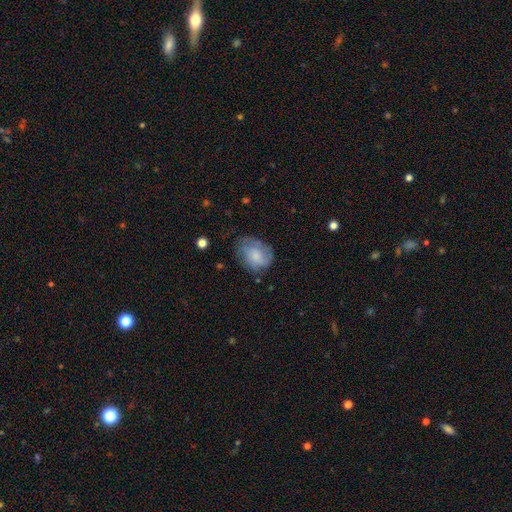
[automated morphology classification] This is possibly a smooth galaxy (55%). How rounded: possibly in between (53%). Merging: possibly none (55%).